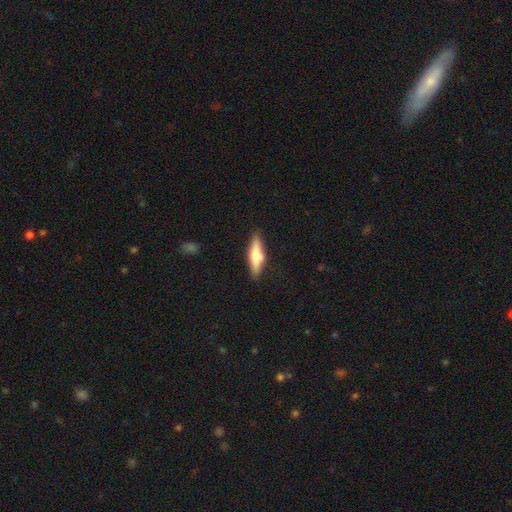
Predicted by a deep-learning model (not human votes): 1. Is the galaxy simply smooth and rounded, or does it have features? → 50% smooth, 43% featured or disk, 6% star or artifact.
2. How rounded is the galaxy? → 64% cigar-shaped, 34% in between, 2% round.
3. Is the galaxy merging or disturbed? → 85% none, 11% minor disturbance, 3% major disturbance, 2% merger.